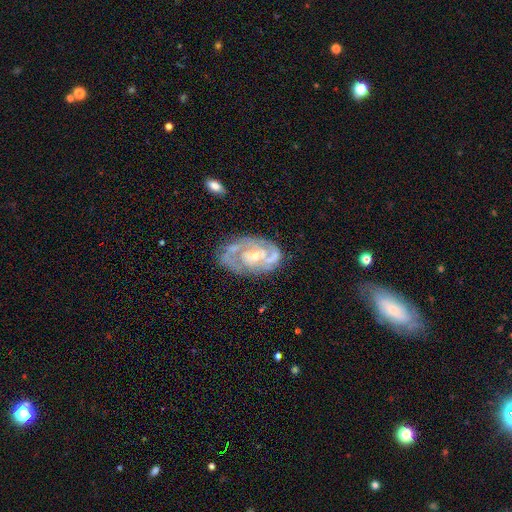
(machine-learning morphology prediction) Q: Smooth or featured?
A: featured or disk (84%); runner-up: smooth (10%)
Q: Edge-on disk?
A: no (97%); runner-up: yes (3%)
Q: Bar?
A: no (62%); runner-up: weak (30%)
Q: Spiral arms?
A: yes (90%); runner-up: no (10%)
Q: Spiral winding?
A: tight (52%); runner-up: medium (37%)
Q: Spiral arm count?
A: 2 (45%); runner-up: can't tell (26%)
Q: Bulge size?
A: small (61%); runner-up: moderate (34%)
Q: Merging?
A: none (59%); runner-up: minor disturbance (24%)